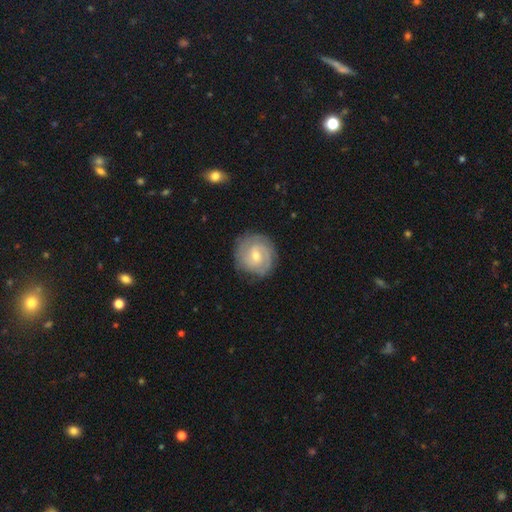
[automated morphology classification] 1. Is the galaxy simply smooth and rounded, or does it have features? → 73% featured or disk, 21% smooth, 6% star or artifact.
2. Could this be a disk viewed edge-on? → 98% no, 2% yes.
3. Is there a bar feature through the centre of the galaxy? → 49% weak, 43% no, 8% strong.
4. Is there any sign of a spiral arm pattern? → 92% yes, 8% no.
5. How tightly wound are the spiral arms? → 64% tight, 29% medium, 7% loose.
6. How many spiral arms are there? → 45% 2, 27% can't tell, 16% 3, 5% 4, 4% 1, 3% more than 4.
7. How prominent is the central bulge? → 54% small, 42% moderate, 2% large, 1% none, 1% dominant.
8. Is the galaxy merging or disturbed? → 81% none, 13% minor disturbance, 4% major disturbance, 1% merger.